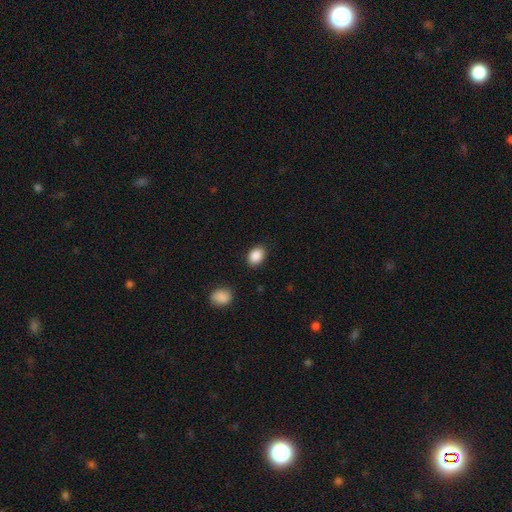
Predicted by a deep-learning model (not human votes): Morphology: type=smooth (89%); roundness=in between (74%); merging=none (85%).